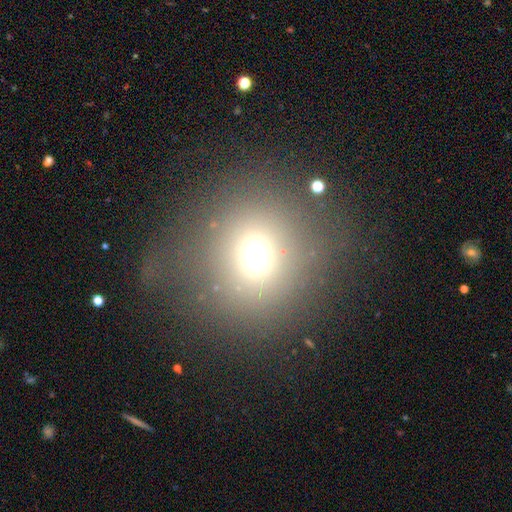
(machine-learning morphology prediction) The model was most divided on "smooth or featured": smooth: 67%, star or artifact: 24%, featured or disk: 9%. More confident: how rounded — round (84%); merging — none (81%).